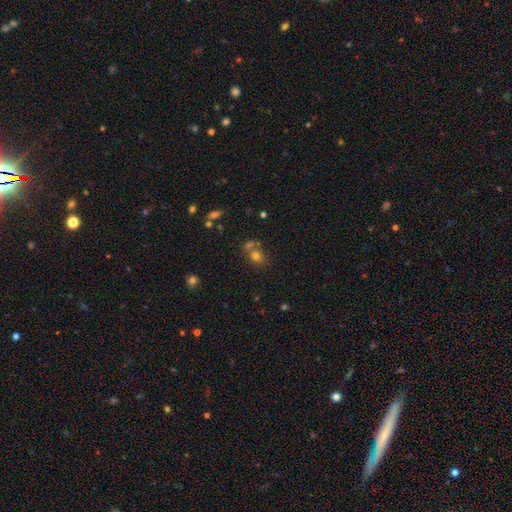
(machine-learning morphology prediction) A smooth galaxy with no disk features (71%) that is round (61%). Merging: none (55%).